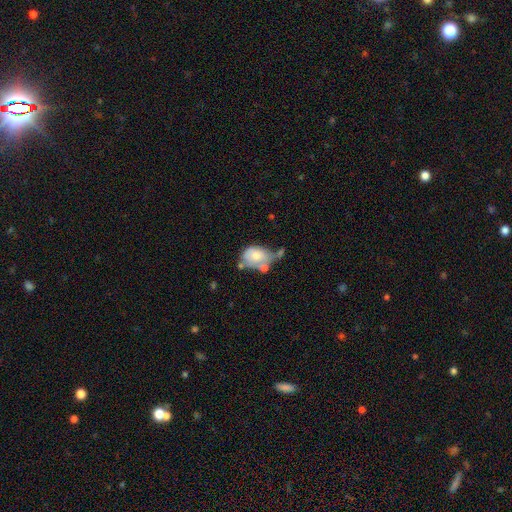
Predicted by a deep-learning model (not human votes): A smooth galaxy with no disk features (60%) that is in between round and cigar-shaped (72%). Merging: merger (30%).